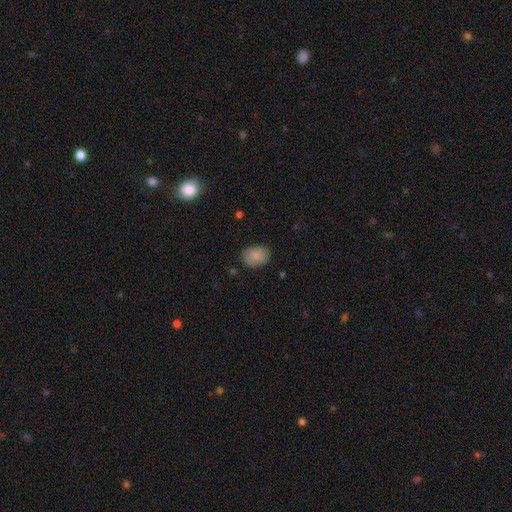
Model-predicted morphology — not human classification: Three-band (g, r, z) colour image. It shows a smooth galaxy with no disk features (84%) that is in between round and cigar-shaped (67%). Merging: none (82%).